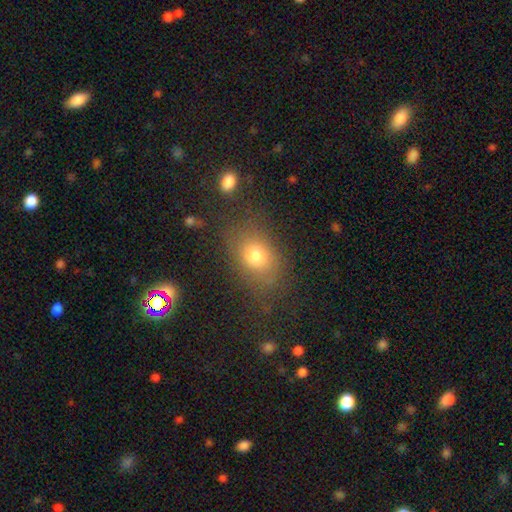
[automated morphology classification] The model was most divided on "how rounded": in between: 66%, round: 32%, cigar-shaped: 2%. More confident: smooth or featured — smooth (75%); merging — none (74%).